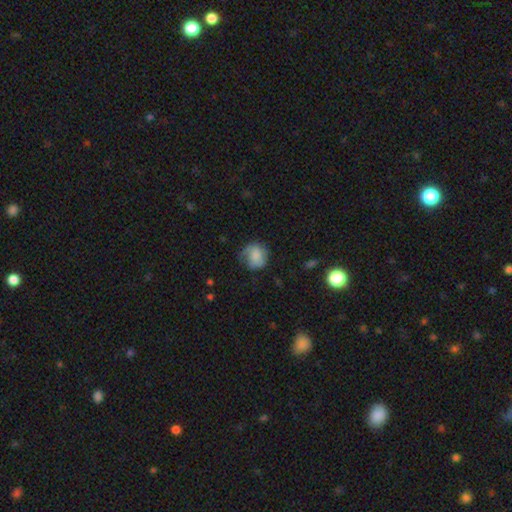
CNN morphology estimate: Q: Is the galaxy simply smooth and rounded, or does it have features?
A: smooth — 64%.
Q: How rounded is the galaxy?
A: round — 77%.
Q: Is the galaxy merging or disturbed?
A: none — 53%.